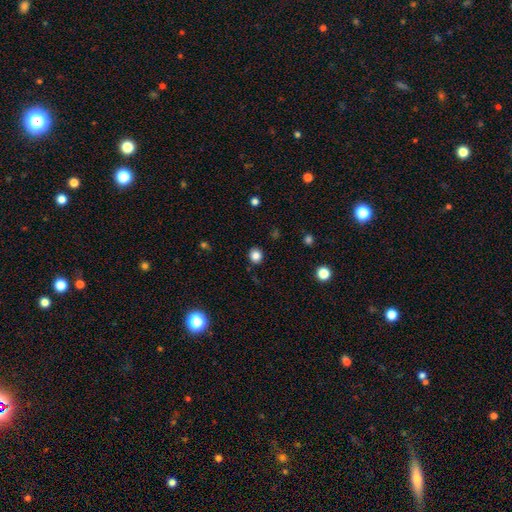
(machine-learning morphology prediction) type=smooth (83%); roundness=round (87%); merging=none (90%).